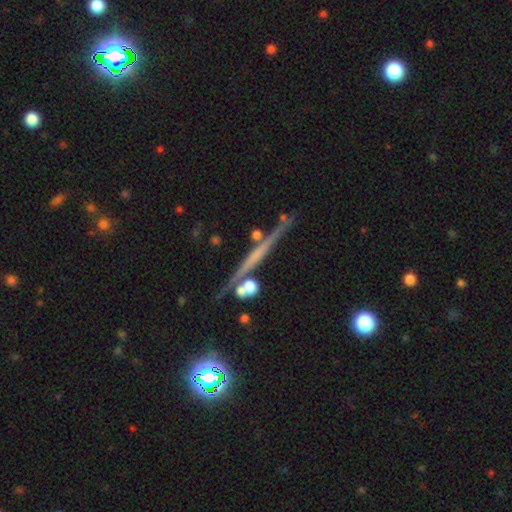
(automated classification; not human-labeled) Overall: featured or disk (63%; smooth 25%). Edge-on disk: yes (96%). Edge-on bulge: none (69%). Merging: none (80%).